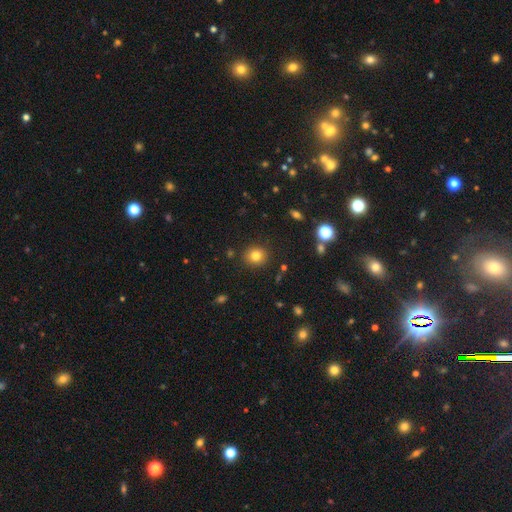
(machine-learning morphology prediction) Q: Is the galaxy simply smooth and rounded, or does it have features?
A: smooth — 80%.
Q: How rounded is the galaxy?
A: round — 85%.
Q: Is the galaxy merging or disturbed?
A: none — 89%.